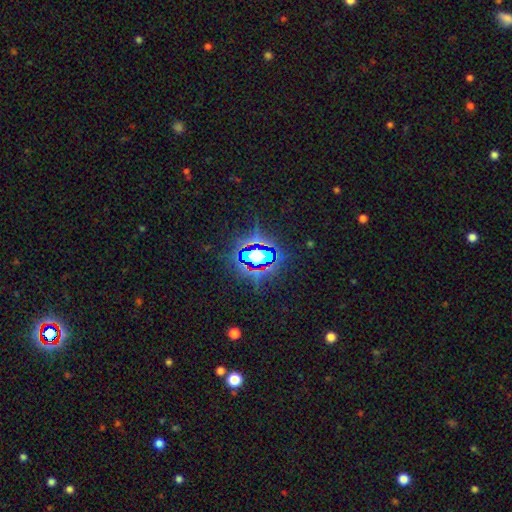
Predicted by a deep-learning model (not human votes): This is likely a star or artifact rather than a galaxy (72%).